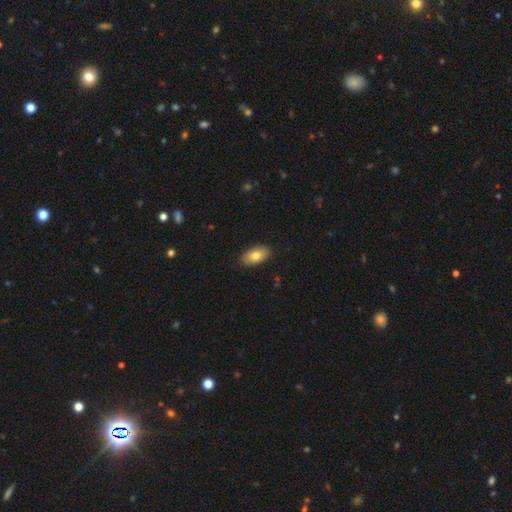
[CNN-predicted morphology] Overall: smooth (77%). How rounded: in between (94%). Merging: none (88%).